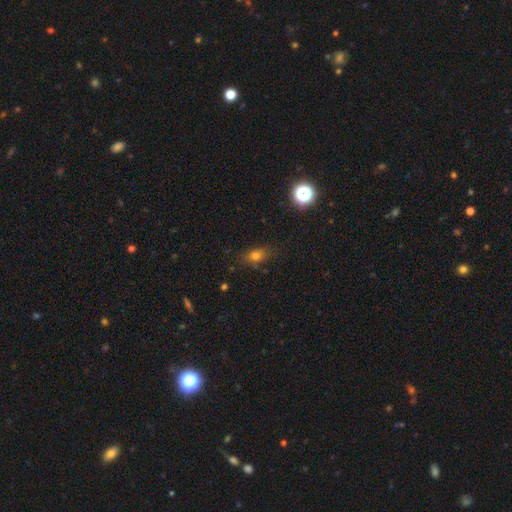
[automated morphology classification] Q: Smooth or featured?
A: smooth (71%); runner-up: star or artifact (17%)
Q: How rounded?
A: in between (70%); runner-up: round (24%)
Q: Merging?
A: none (71%); runner-up: minor disturbance (20%)